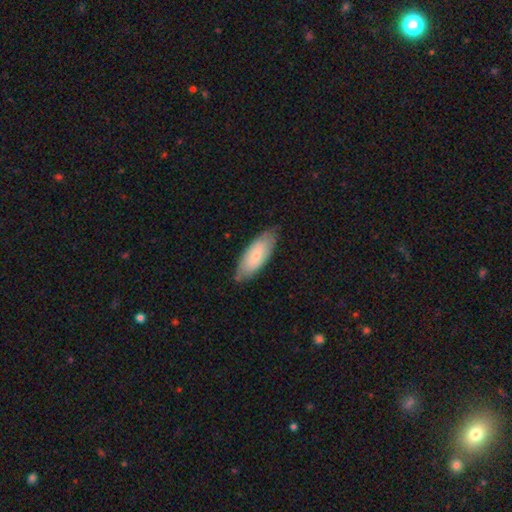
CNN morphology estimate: smooth_or_featured: smooth (p=0.68) [alt: featured or disk p=0.27]
how_rounded: in between (p=0.77) [alt: cigar-shaped p=0.21]
merging: none (p=0.76) [alt: minor disturbance p=0.19]